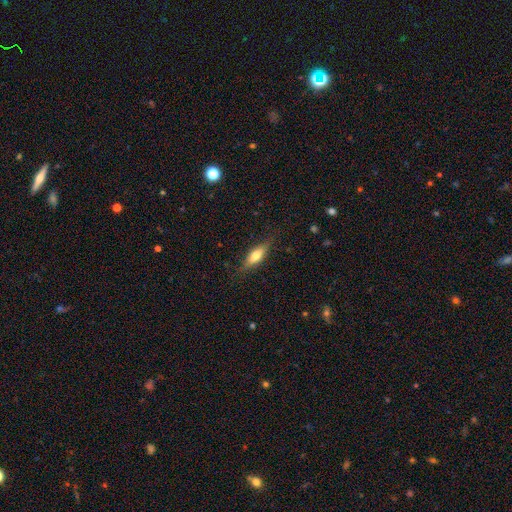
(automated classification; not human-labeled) Overall: smooth (64%; featured or disk 30%). How rounded: in between (52%; cigar-shaped 45%). Merging: none (83%).